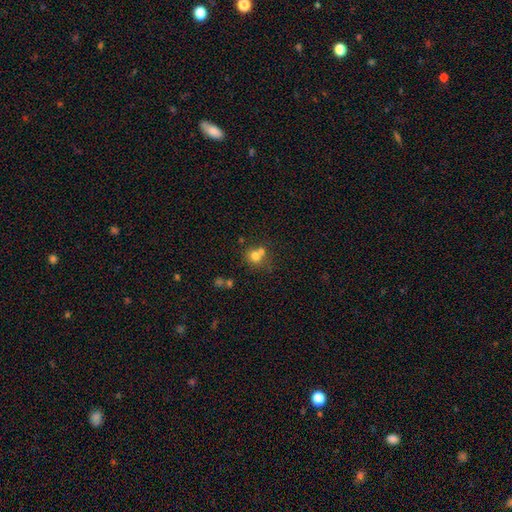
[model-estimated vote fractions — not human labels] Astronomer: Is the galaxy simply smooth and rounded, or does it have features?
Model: smooth — 73%.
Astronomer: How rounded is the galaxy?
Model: round — 83%.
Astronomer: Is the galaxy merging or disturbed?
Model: none — 48% (runner-up: merger, 40%).